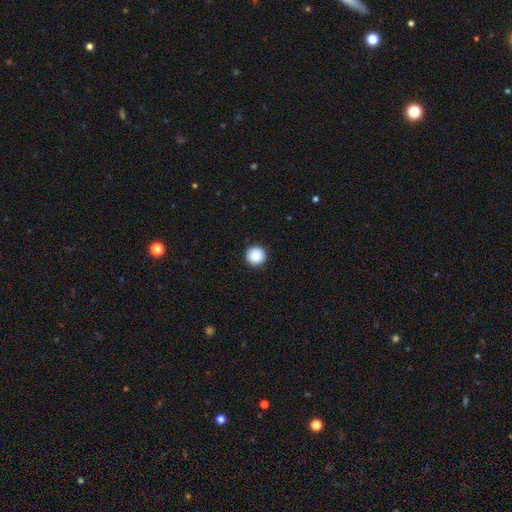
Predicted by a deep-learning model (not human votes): smooth_or_featured: smooth (p=0.87) [alt: star or artifact p=0.08]
how_rounded: round (p=0.97) [alt: in between p=0.02]
merging: none (p=0.93) [alt: minor disturbance p=0.04]